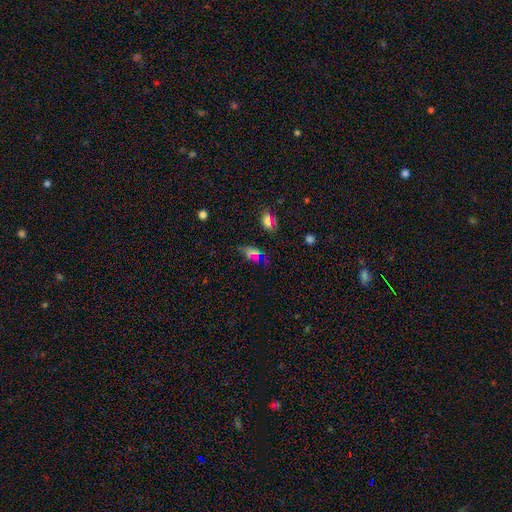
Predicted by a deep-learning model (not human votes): Smooth or featured?
  - smooth: 55% *
  - star or artifact: 34%
  - featured or disk: 11%
How rounded?
  - in between: 84% *
  - round: 10%
  - cigar-shaped: 6%
Merging?
  - none: 64% *
  - minor disturbance: 21%
  - major disturbance: 10%
  - merger: 5%